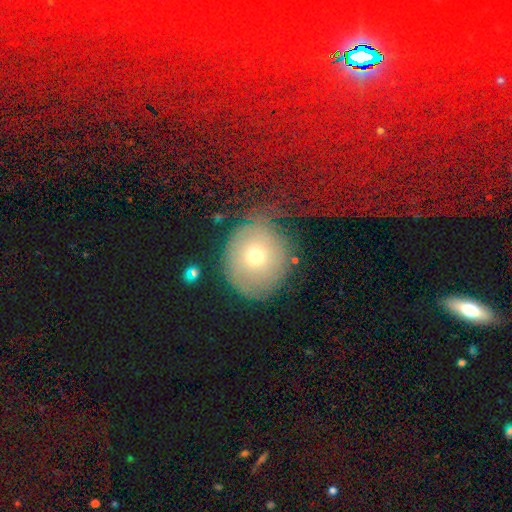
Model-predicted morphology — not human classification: A smooth galaxy with no disk features (63%) that is round (81%).

Vote fractions:
- Smooth or featured? smooth: 63% / featured or disk: 24% / star or artifact: 13%
- How rounded? round: 81% / in between: 18% / cigar-shaped: 1%
- Merging? none: 54% / major disturbance: 22% / minor disturbance: 20% / merger: 3%